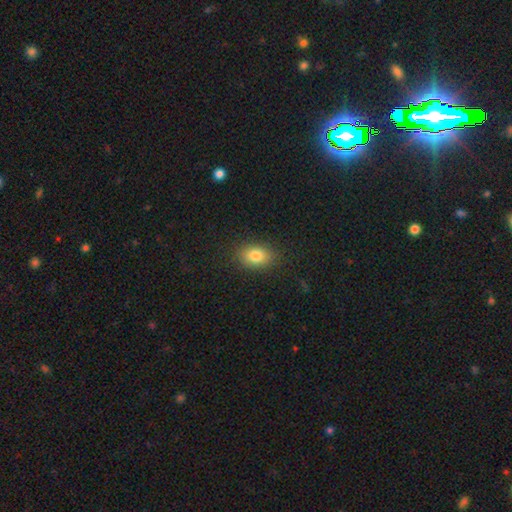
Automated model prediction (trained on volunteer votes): Smooth or featured? smooth (83%)
How rounded? in between (79%)
Merging? none (86%)